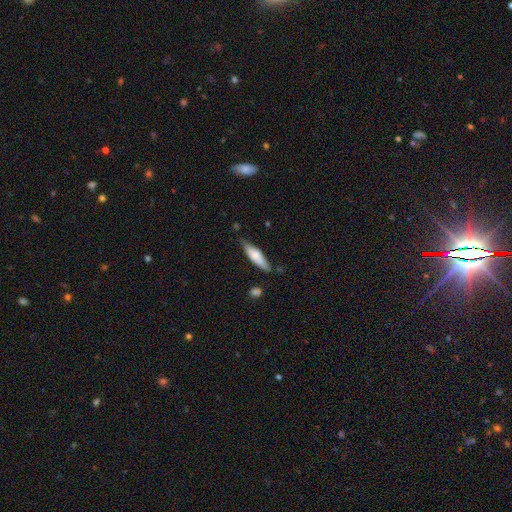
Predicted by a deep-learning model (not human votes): The model was most divided on "how rounded": cigar-shaped: 63%, in between: 35%, round: 2%. More confident: merging — none (72%); smooth or featured — smooth (69%).